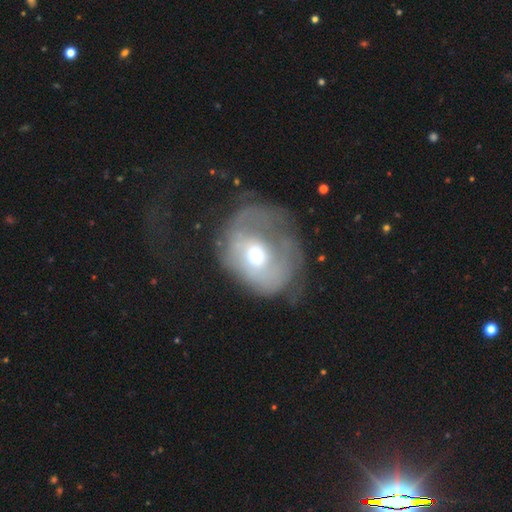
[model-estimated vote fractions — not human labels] Overall: featured or disk (54%; smooth 36%). Edge-on disk: no (96%). Bar: no (76%). Spiral arms: no (52%; yes 48%). Bulge size: moderate (65%). Merging: major disturbance (49%; none 25%).